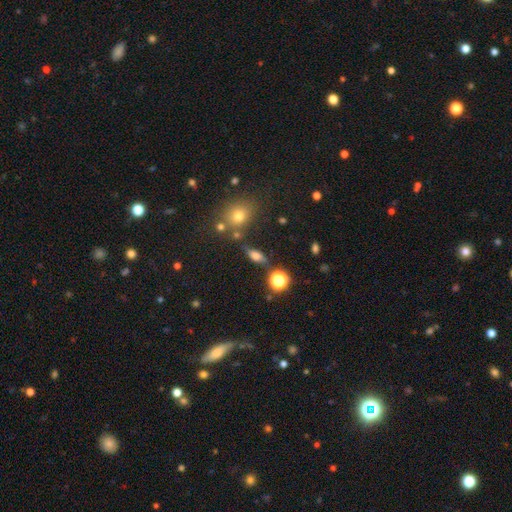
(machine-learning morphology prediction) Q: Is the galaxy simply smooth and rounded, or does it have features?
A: smooth — 57%.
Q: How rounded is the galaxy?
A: in between — 63%.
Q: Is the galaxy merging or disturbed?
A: none — 73%.